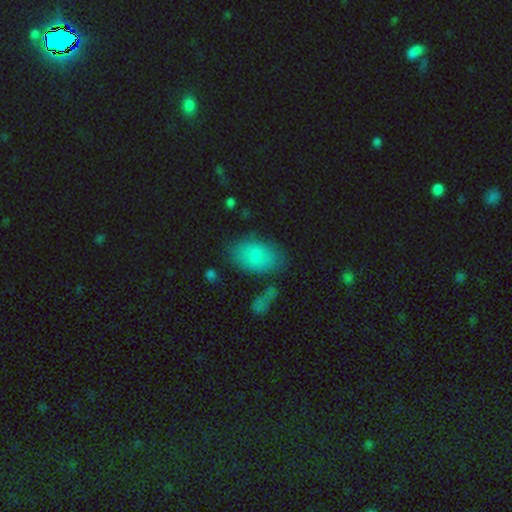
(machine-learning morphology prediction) smooth-or-featured: smooth: 82% | featured or disk: 11% | star or artifact: 8%
  how-rounded: in between: 90% | round: 8% | cigar-shaped: 2%
  merging: none: 71% | minor disturbance: 16% | merger: 6% | major disturbance: 6%